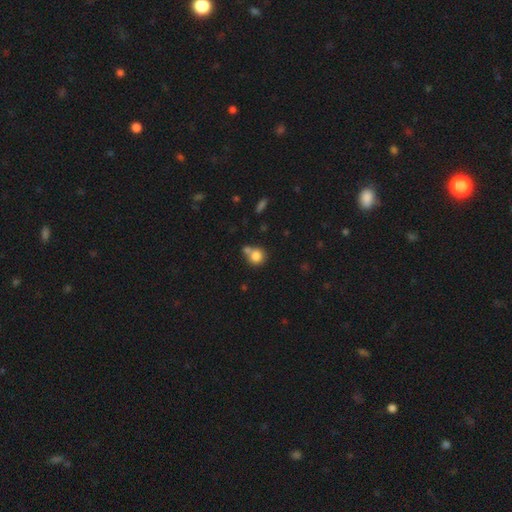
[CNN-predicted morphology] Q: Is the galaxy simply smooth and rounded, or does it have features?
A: smooth — 82%.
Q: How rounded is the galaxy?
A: round — 86%.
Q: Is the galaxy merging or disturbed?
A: none — 51%.